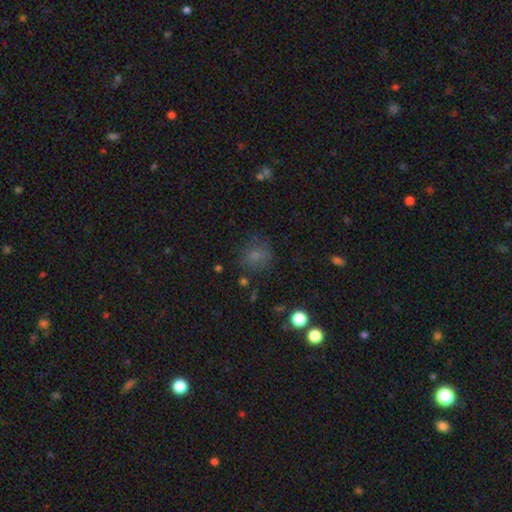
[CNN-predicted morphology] Smooth or featured? Predicted: smooth (p=0.72). How rounded? Predicted: round (p=0.76). Merging? Predicted: none (p=0.70).